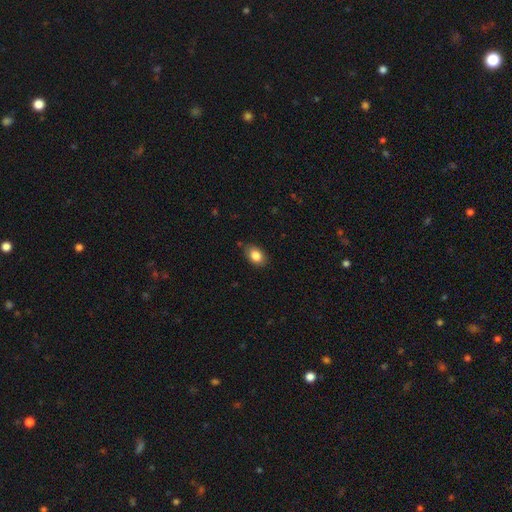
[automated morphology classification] Q: Smooth or featured?
A: smooth (84%); runner-up: star or artifact (8%)
Q: How rounded?
A: in between (79%); runner-up: round (20%)
Q: Merging?
A: none (79%); runner-up: minor disturbance (17%)